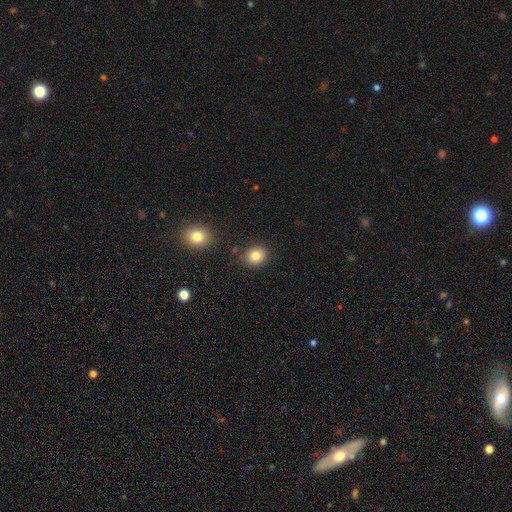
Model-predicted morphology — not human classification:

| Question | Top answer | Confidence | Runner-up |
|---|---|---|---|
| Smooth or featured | smooth | 83% | star or artifact (10%) |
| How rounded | round | 64% | in between (35%) |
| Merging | none | 82% | minor disturbance (10%) |